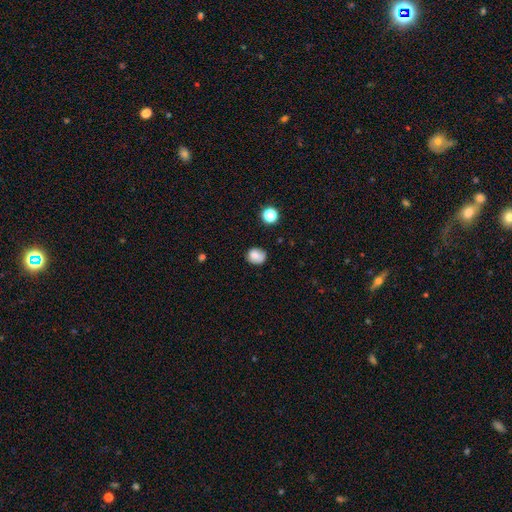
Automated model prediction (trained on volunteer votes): smooth 79%, star or artifact 11%, featured or disk 10%. Down the decision tree: how rounded — round (66%); merging — none (72%).